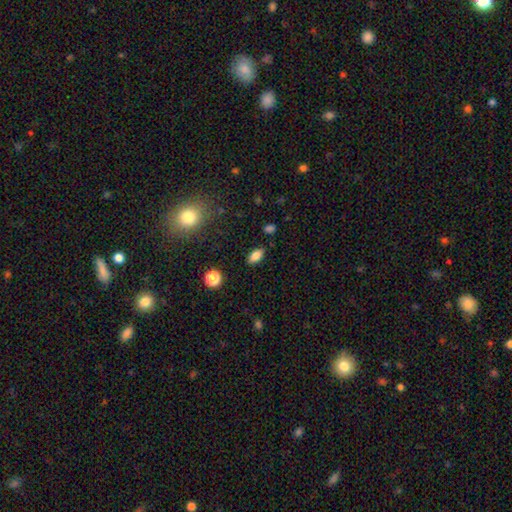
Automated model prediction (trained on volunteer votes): Smooth or featured?
  - smooth: 82% *
  - star or artifact: 10%
  - featured or disk: 8%
How rounded?
  - in between: 88% *
  - round: 6%
  - cigar-shaped: 6%
Merging?
  - none: 86% *
  - minor disturbance: 10%
  - major disturbance: 2%
  - merger: 2%